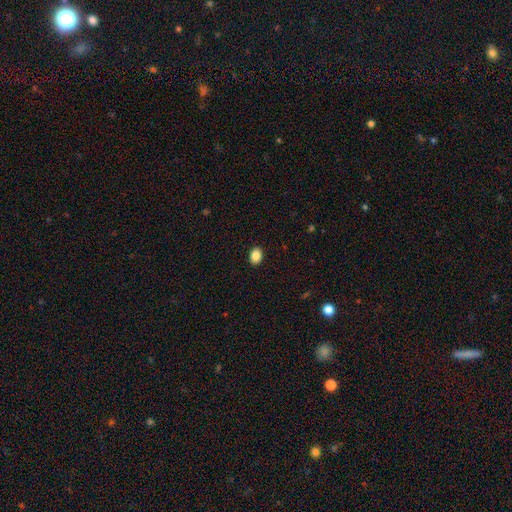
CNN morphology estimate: smooth-or-featured: smooth: 88% | star or artifact: 9% | featured or disk: 4%
  how-rounded: in between: 71% | round: 28% | cigar-shaped: 1%
  merging: none: 91% | minor disturbance: 6% | major disturbance: 2% | merger: 1%